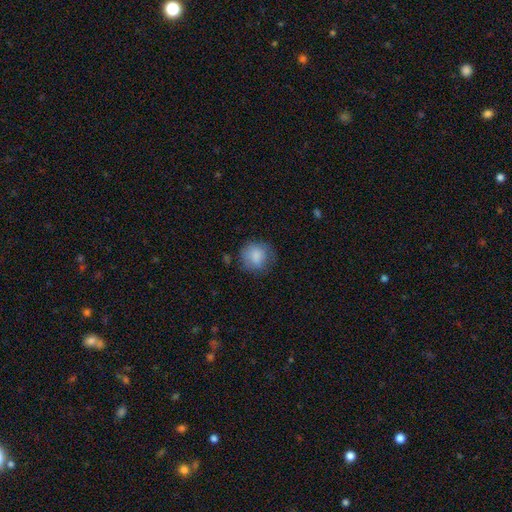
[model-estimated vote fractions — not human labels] smooth 84%, featured or disk 9%, star or artifact 8%. Down the decision tree: how rounded — round (86%); merging — none (69%).